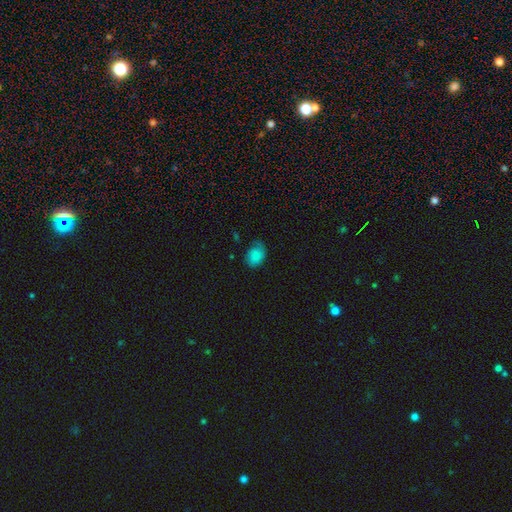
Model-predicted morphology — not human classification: Smooth or featured: smooth — 77% (featured or disk — 14%)
How rounded: in between — 71% (round — 28%)
Merging: none — 55% (minor disturbance — 32%)